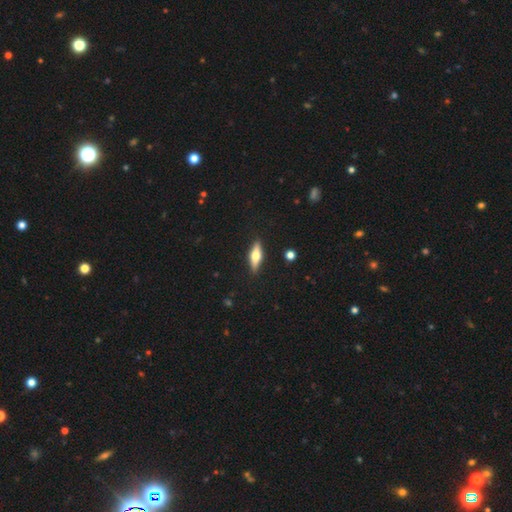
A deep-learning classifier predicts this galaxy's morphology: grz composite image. It shows a featured or disk galaxy (50%). Merging: none (89%).